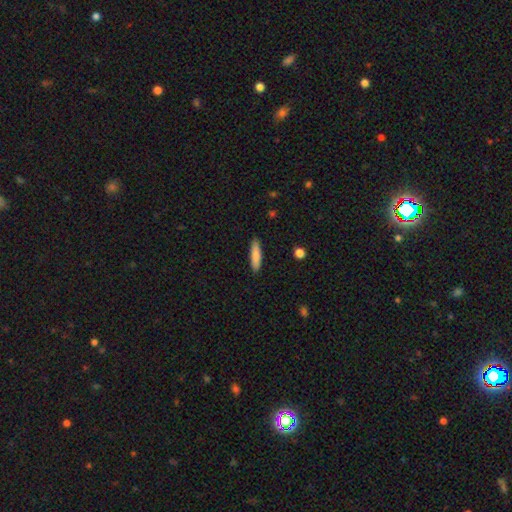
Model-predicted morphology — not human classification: Smooth or featured? smooth (83%)
How rounded? cigar-shaped (78%)
Merging? none (89%)